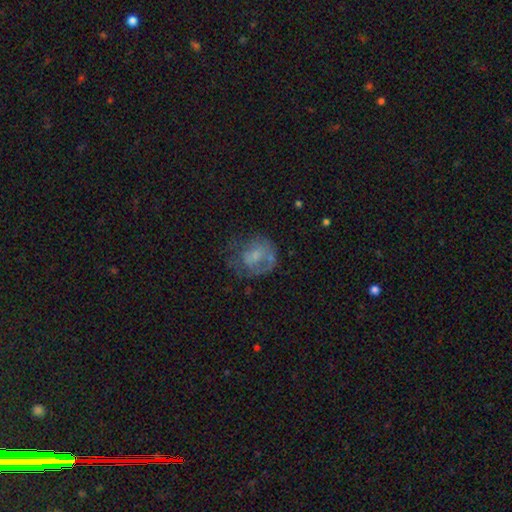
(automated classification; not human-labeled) smooth-or-featured: featured or disk: 46% | smooth: 43% | star or artifact: 11%
  merging: none: 44% | major disturbance: 29% | minor disturbance: 24% | merger: 3%